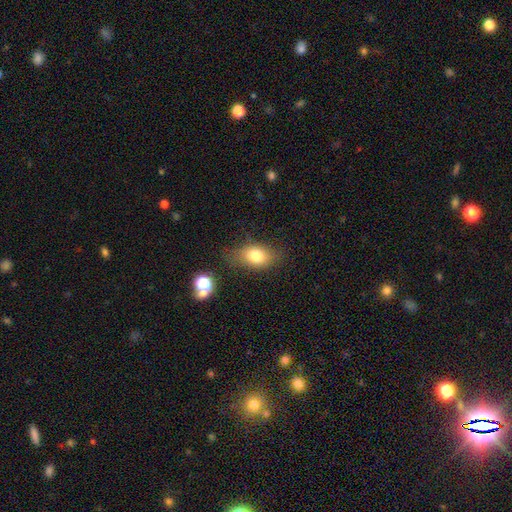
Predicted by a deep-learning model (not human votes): Q: Smooth or featured?
A: smooth (77%); runner-up: featured or disk (13%)
Q: How rounded?
A: in between (81%); runner-up: round (16%)
Q: Merging?
A: none (70%); runner-up: minor disturbance (20%)